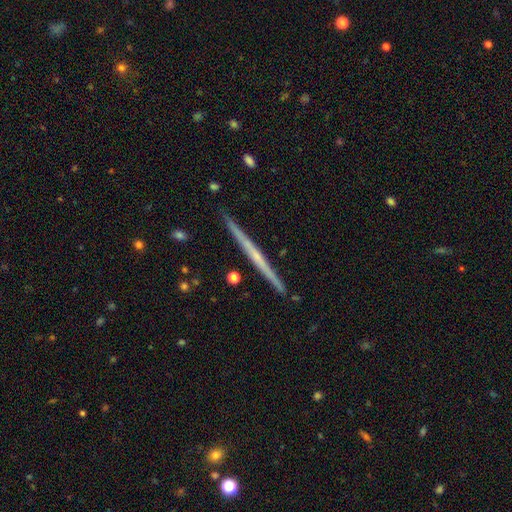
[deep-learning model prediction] featured or disk 69%, smooth 25%, star or artifact 6%. Down the decision tree: edge-on disk — yes (98%); edge-on bulge — none (72%); merging — none (92%).